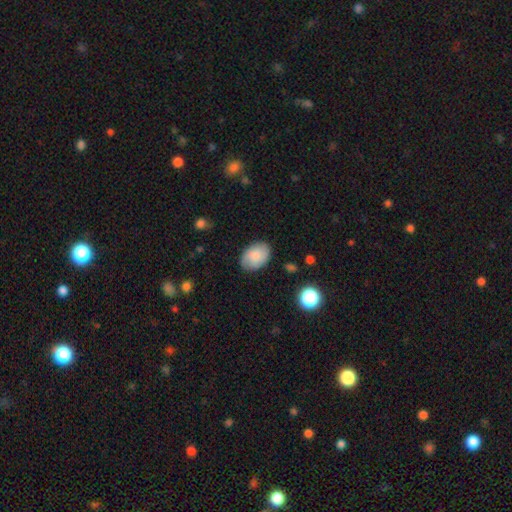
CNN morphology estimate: smooth_or_featured: smooth (p=0.75) [alt: featured or disk p=0.17]
how_rounded: in between (p=0.81) [alt: round p=0.18]
merging: none (p=0.82) [alt: minor disturbance p=0.14]